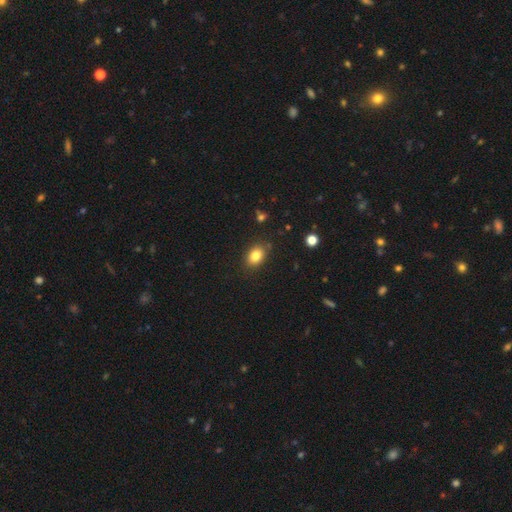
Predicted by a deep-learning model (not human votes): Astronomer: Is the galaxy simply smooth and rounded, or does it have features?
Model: smooth — 83%.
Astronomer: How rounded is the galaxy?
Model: in between — 71%.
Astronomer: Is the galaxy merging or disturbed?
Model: none — 84%.